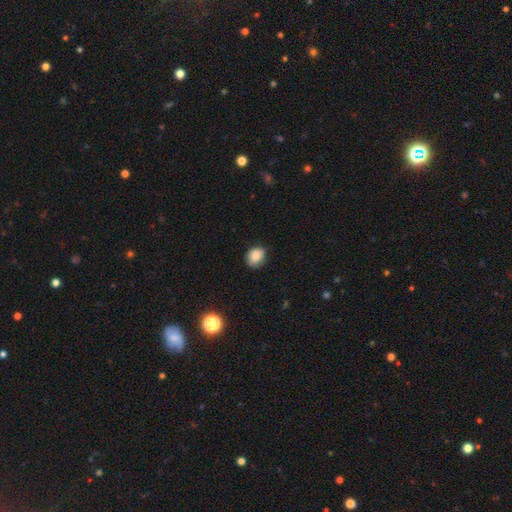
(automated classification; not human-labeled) A smooth galaxy with no disk features (83%) that is round (60%).

Vote fractions:
- Smooth or featured? smooth: 83% / star or artifact: 9% / featured or disk: 8%
- How rounded? round: 60% / in between: 39% / cigar-shaped: 1%
- Merging? none: 67% / minor disturbance: 27% / major disturbance: 5% / merger: 1%